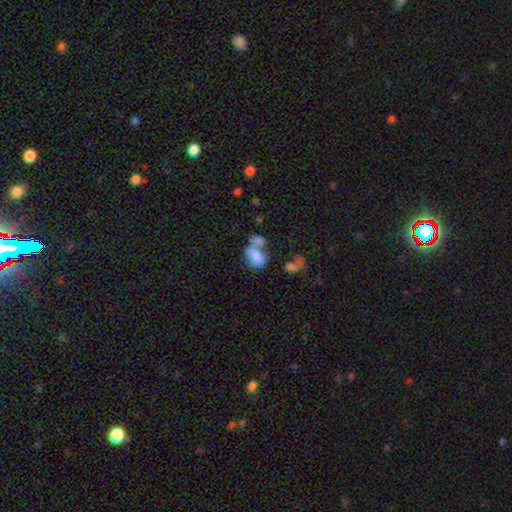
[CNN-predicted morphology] Q: Smooth or featured?
A: smooth (75%); runner-up: featured or disk (15%)
Q: How rounded?
A: in between (85%); runner-up: round (12%)
Q: Merging?
A: merger (53%); runner-up: none (26%)